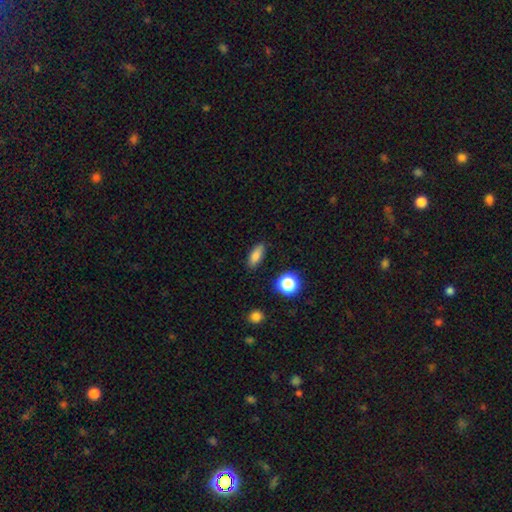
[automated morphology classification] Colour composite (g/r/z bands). It shows a smooth galaxy with no disk features (81%) that is in between round and cigar-shaped (72%). Merging: none (86%).